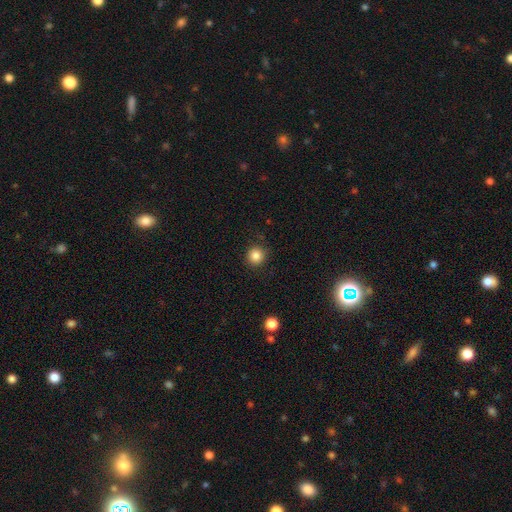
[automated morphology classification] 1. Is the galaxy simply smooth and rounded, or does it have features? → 85% smooth, 11% star or artifact, 4% featured or disk.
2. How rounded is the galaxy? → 93% round, 7% in between, 1% cigar-shaped.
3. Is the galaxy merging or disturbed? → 89% none, 7% minor disturbance, 2% major disturbance, 1% merger.